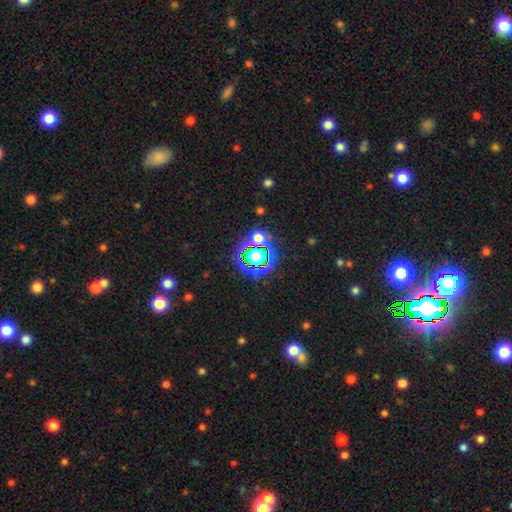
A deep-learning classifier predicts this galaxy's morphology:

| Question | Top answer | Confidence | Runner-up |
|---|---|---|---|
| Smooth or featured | star or artifact | 61% | smooth (28%) |